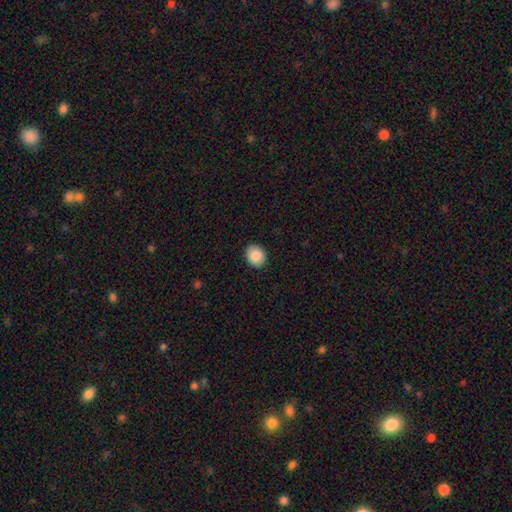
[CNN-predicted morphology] smooth-or-featured: smooth: 87% | star or artifact: 8% | featured or disk: 5%
  how-rounded: round: 60% | in between: 40% | cigar-shaped: 1%
  merging: none: 91% | minor disturbance: 7% | major disturbance: 2% | merger: 1%